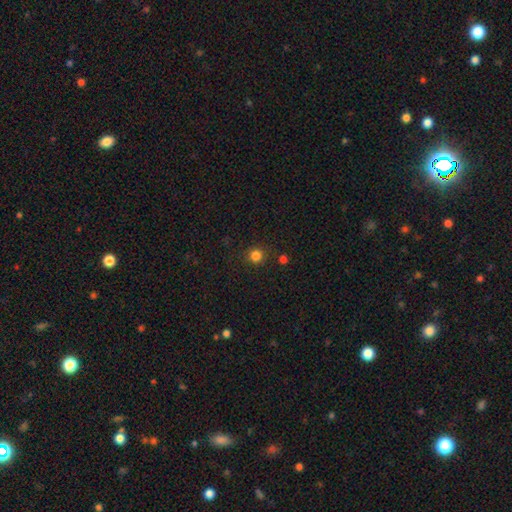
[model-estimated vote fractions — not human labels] Smooth or featured: smooth — 82% (star or artifact — 14%)
How rounded: round — 93% (in between — 6%)
Merging: none — 89% (minor disturbance — 6%)